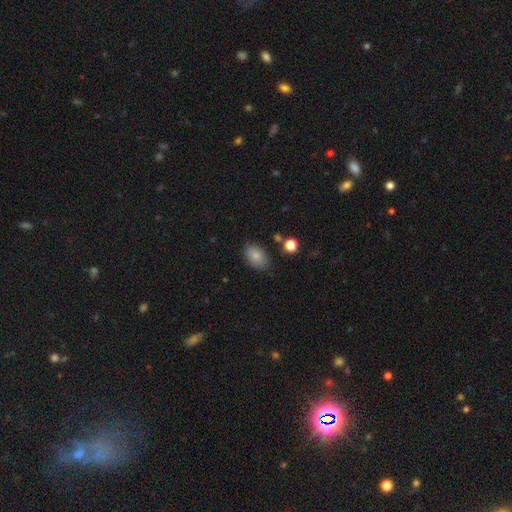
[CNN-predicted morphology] The model was most divided on "merging": none: 77%, minor disturbance: 16%, major disturbance: 4%, merger: 3%. More confident: how rounded — in between (88%); smooth or featured — smooth (83%).